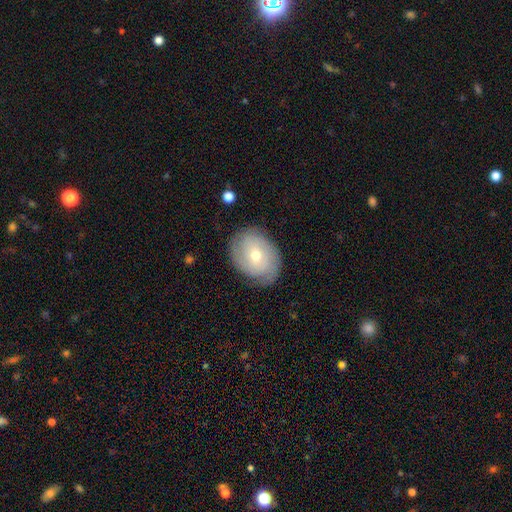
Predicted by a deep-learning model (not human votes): smooth_or_featured: featured or disk (p=0.58) [alt: smooth p=0.34]
disk_edge_on: no (p=0.95) [alt: yes p=0.05]
bar: no (p=0.63) [alt: weak p=0.31]
has_spiral_arms: yes (p=0.81) [alt: no p=0.19]
bulge_size: moderate (p=0.56) [alt: small p=0.40]
merging: none (p=0.77) [alt: minor disturbance p=0.17]